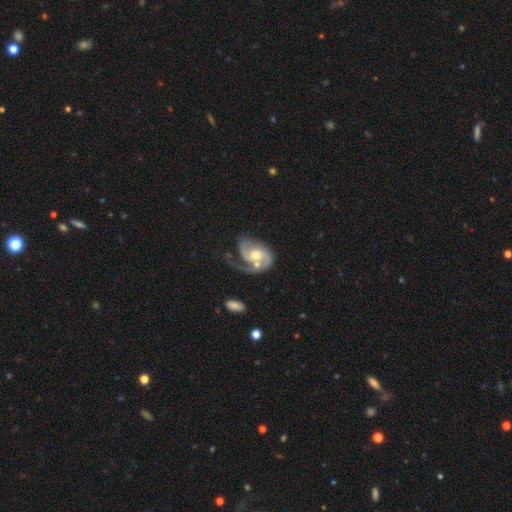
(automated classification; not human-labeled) Smooth or featured?
  - featured or disk: 84% *
  - smooth: 11%
  - star or artifact: 5%
Edge-on disk?
  - no: 98% *
  - yes: 2%
Bar?
  - no: 62% *
  - weak: 32%
  - strong: 7%
Spiral arms?
  - yes: 95% *
  - no: 5%
Spiral winding?
  - medium: 47% *
  - tight: 27%
  - loose: 26%
Spiral arm count?
  - 2: 56% *
  - 1: 34%
  - can't tell: 5%
  - 3: 3%
  - 4: 1%
  - more than 4: 1%
Bulge size?
  - moderate: 64% *
  - small: 22%
  - large: 9%
  - none: 3%
  - dominant: 1%
Merging?
  - none: 35% *
  - major disturbance: 29%
  - minor disturbance: 19%
  - merger: 17%